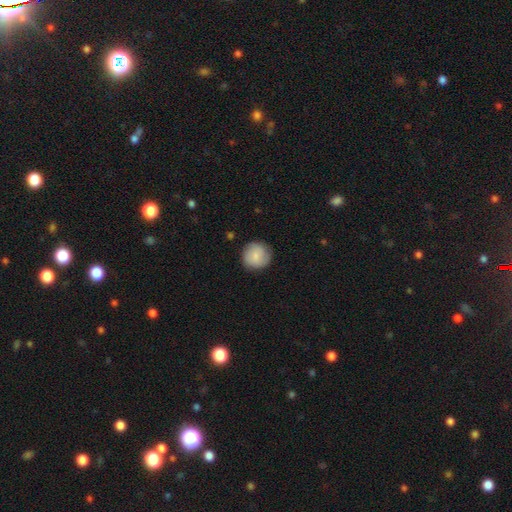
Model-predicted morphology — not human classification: A smooth galaxy with no disk features (82%) that is round (93%).

Vote fractions:
- Smooth or featured? smooth: 82% / featured or disk: 12% / star or artifact: 6%
- How rounded? round: 93% / in between: 6% / cigar-shaped: 1%
- Merging? none: 85% / minor disturbance: 12% / major disturbance: 3% / merger: 1%